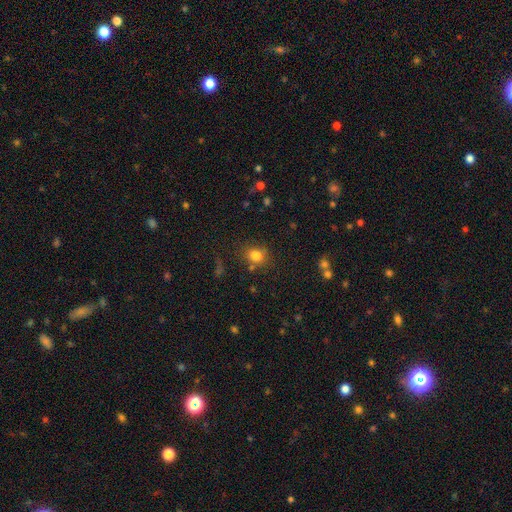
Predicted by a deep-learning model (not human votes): smooth_or_featured: smooth (p=0.81) [alt: star or artifact p=0.13]
how_rounded: round (p=0.65) [alt: in between p=0.34]
merging: none (p=0.74) [alt: minor disturbance p=0.14]